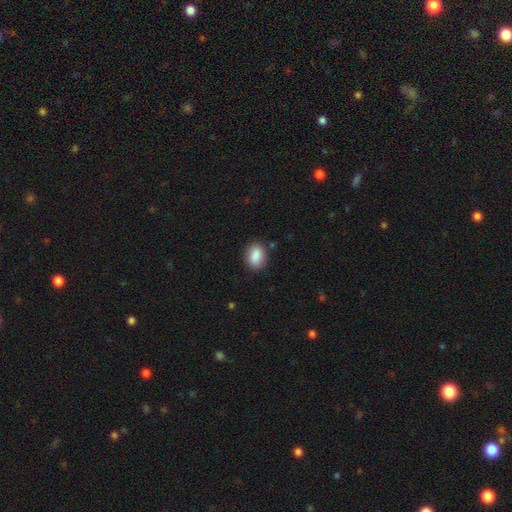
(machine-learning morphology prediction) Q: Smooth or featured?
A: smooth (89%); runner-up: star or artifact (7%)
Q: How rounded?
A: in between (78%); runner-up: round (20%)
Q: Merging?
A: none (84%); runner-up: minor disturbance (12%)